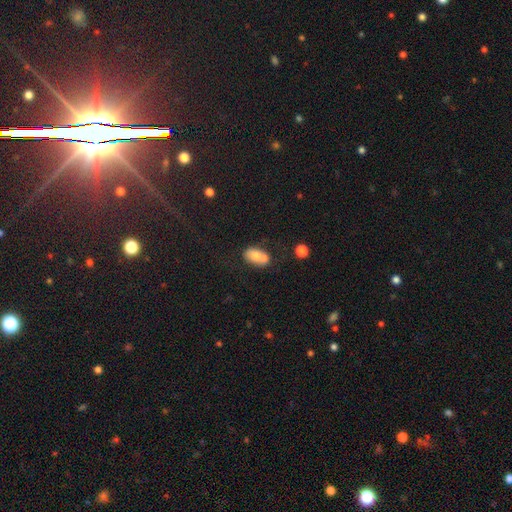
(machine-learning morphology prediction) Smooth or featured: smooth — 69% (featured or disk — 21%)
How rounded: in between — 74% (round — 24%)
Merging: merger — 52% (none — 32%)